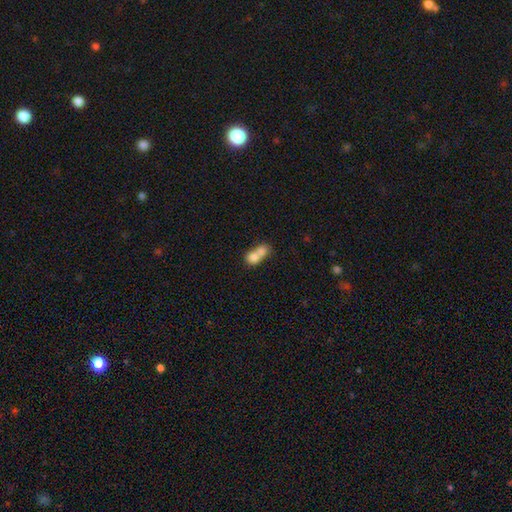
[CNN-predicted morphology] A smooth galaxy with no disk features (74%) that is round (56%).

Vote fractions:
- Smooth or featured? smooth: 74% / featured or disk: 17% / star or artifact: 9%
- How rounded? round: 56% / in between: 42% / cigar-shaped: 2%
- Merging? merger: 74% / none: 18% / minor disturbance: 5% / major disturbance: 3%